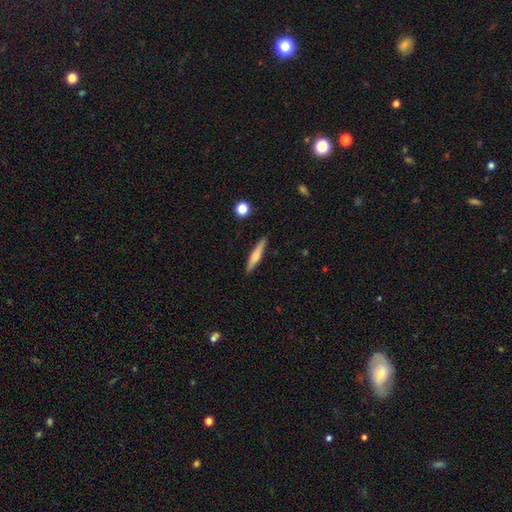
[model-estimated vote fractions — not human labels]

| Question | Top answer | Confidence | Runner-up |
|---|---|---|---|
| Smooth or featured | smooth | 50% | featured or disk (44%) |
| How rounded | cigar-shaped | 89% | in between (9%) |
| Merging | none | 90% | minor disturbance (7%) |